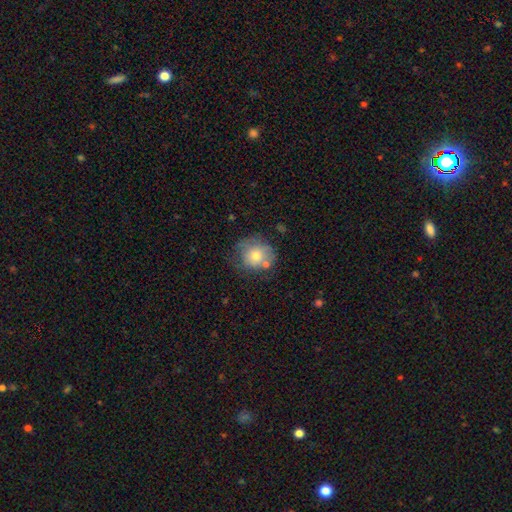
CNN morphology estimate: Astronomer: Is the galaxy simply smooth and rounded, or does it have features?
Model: smooth — 70%.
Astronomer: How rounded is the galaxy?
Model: round — 80%.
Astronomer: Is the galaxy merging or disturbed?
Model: none — 56%.